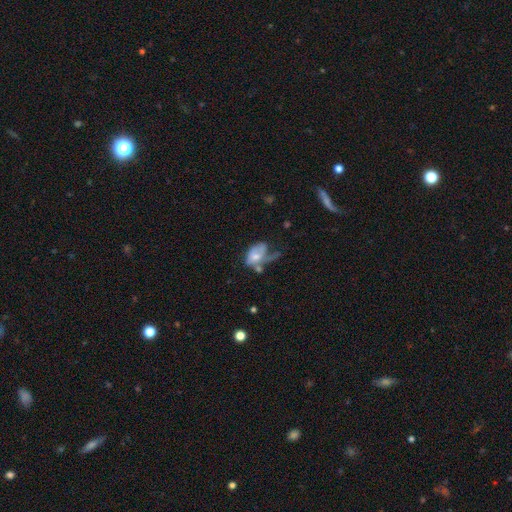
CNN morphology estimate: Overall: smooth (50%; featured or disk 43%). Merging: major disturbance (44%; minor disturbance 21%).